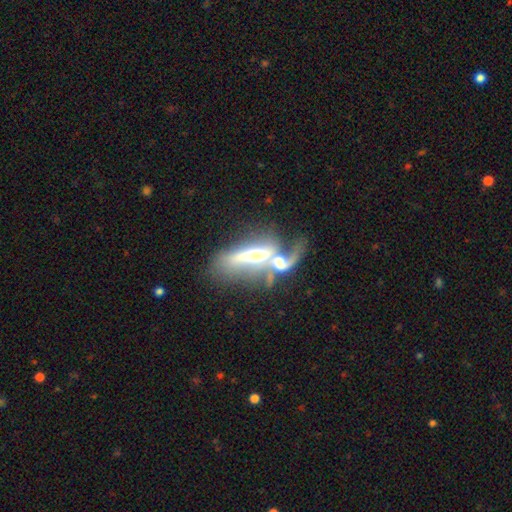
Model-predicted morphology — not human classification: type=featured or disk (62%); edge-on=no (58%); merging=merger (64%).